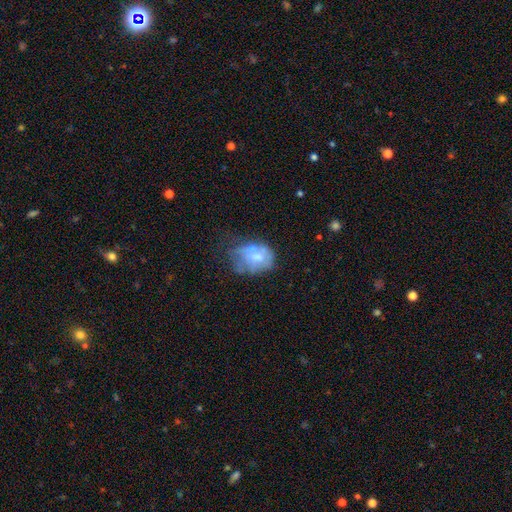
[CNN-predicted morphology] This appears to be a featured or disk galaxy (46%). Merging: minor disturbance (29%).